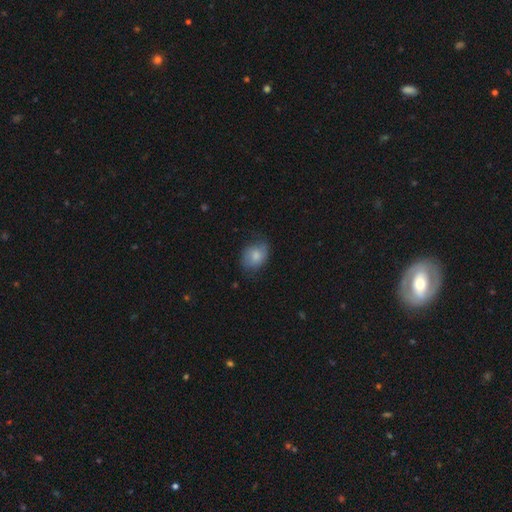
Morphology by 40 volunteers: type=smooth (88%); roundness=in between (66%); merging=none (79%).